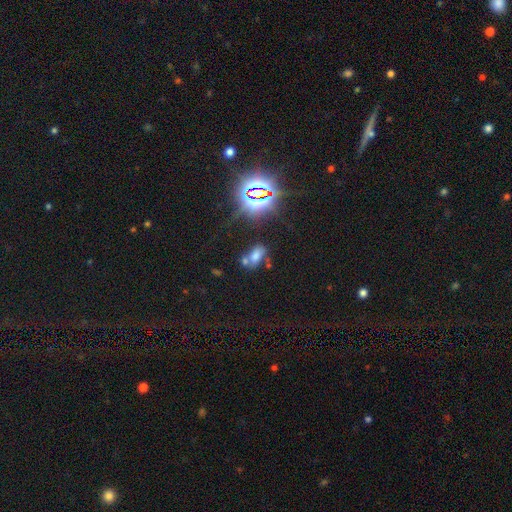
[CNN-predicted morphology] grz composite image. It shows a smooth galaxy with no disk features (55%) that is in between round and cigar-shaped (86%). Merging: none (48%).